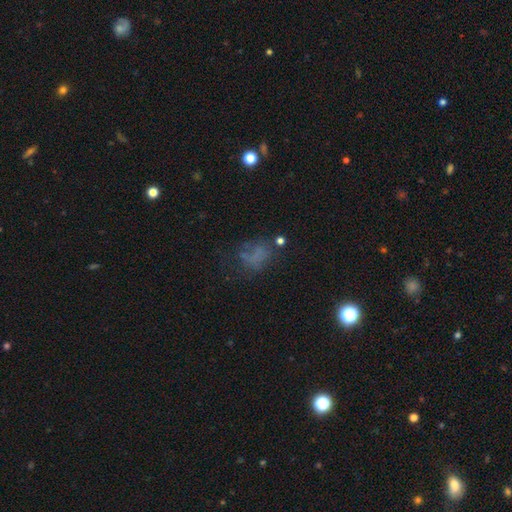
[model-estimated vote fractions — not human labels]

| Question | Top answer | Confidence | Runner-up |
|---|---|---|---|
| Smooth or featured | smooth | 46% | star or artifact (28%) |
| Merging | none | 47% | major disturbance (25%) |